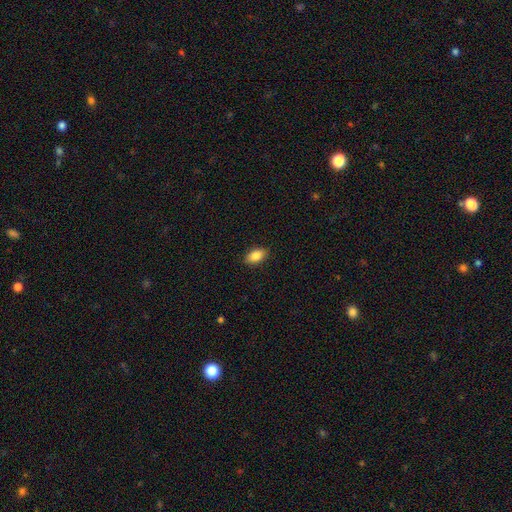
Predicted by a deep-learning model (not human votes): This appears to be a smooth galaxy with no disk features (87%) that is in between round and cigar-shaped (91%). Merging: none (89%).